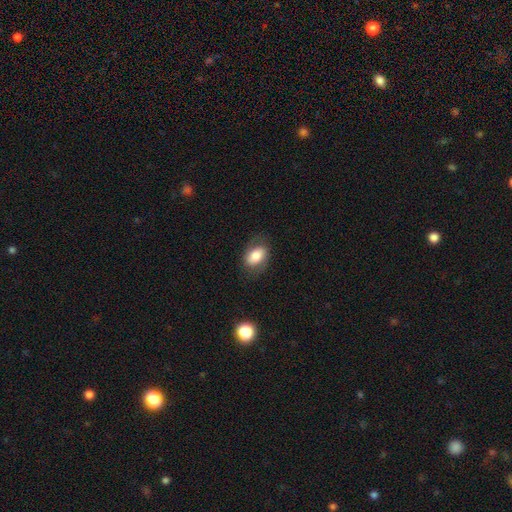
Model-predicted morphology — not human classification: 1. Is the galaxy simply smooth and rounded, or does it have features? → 68% smooth, 24% featured or disk, 8% star or artifact.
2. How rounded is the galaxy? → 84% in between, 15% round, 2% cigar-shaped.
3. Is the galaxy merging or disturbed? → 72% none, 19% minor disturbance, 8% major disturbance, 1% merger.